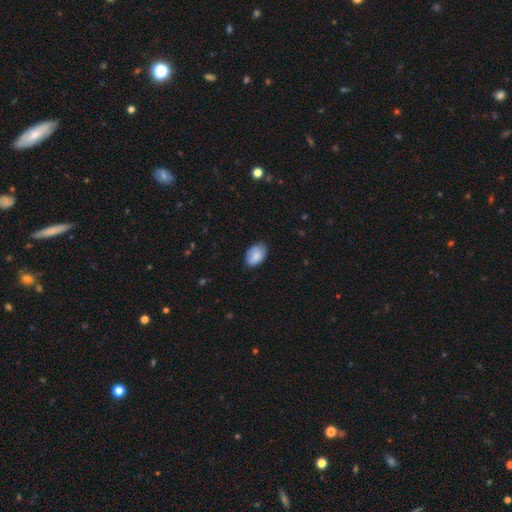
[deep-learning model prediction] This is clearly a smooth galaxy (83%). How rounded: clearly in between (89%). Merging: likely none (74%).